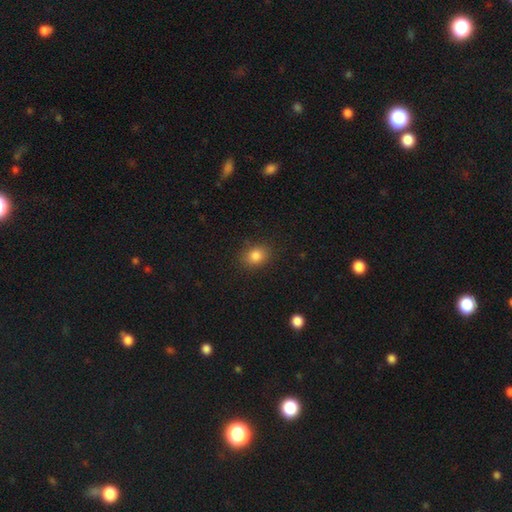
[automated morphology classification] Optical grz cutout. It shows a smooth galaxy with no disk features (83%) that is round (55%). Merging: none (86%).